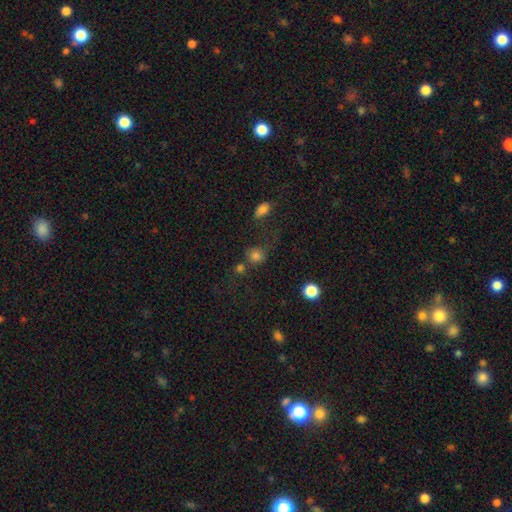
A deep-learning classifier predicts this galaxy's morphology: Smooth or featured?
  - smooth: 77% *
  - star or artifact: 16%
  - featured or disk: 7%
How rounded?
  - round: 80% *
  - in between: 19%
  - cigar-shaped: 1%
Merging?
  - none: 60% *
  - merger: 17%
  - minor disturbance: 15%
  - major disturbance: 8%